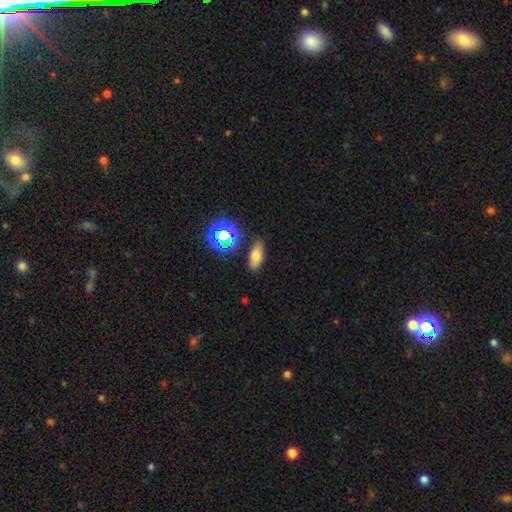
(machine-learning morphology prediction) smooth 69%, star or artifact 19%, featured or disk 13%. Down the decision tree: how rounded — in between (81%); merging — none (82%).